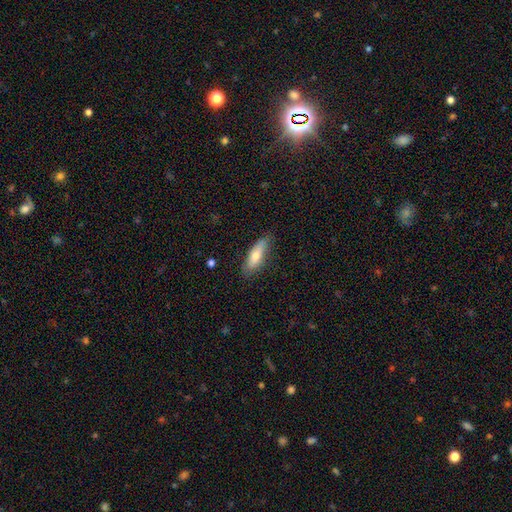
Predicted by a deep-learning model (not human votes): This appears to be a smooth galaxy with no disk features (73%) that is cigar-shaped (51%). Merging: none (80%).